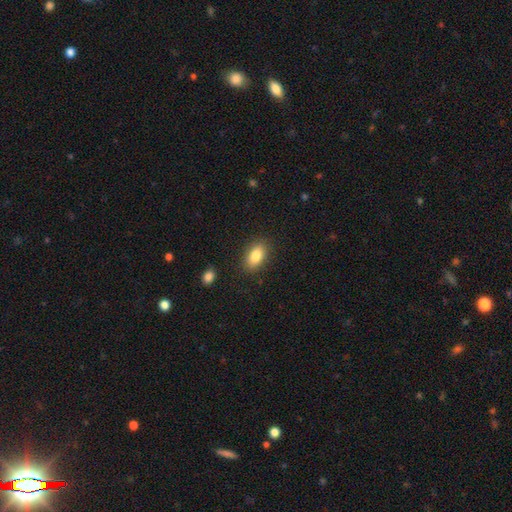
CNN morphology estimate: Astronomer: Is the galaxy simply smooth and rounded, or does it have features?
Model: smooth — 84%.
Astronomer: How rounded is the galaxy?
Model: in between — 89%.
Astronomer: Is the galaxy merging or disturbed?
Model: none — 87%.